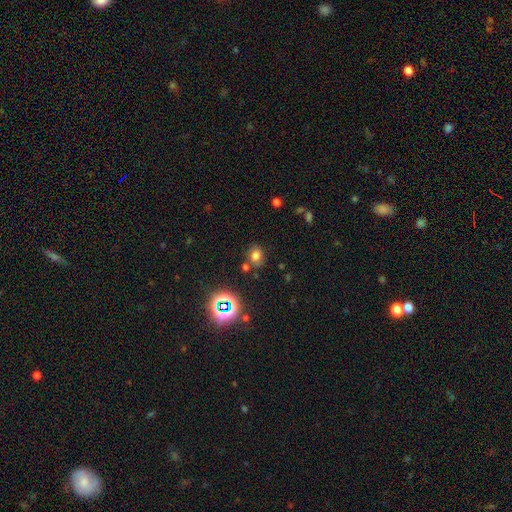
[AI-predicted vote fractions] smooth 67%, star or artifact 23%, featured or disk 9%. Down the decision tree: how rounded — round (59%); merging — none (72%).